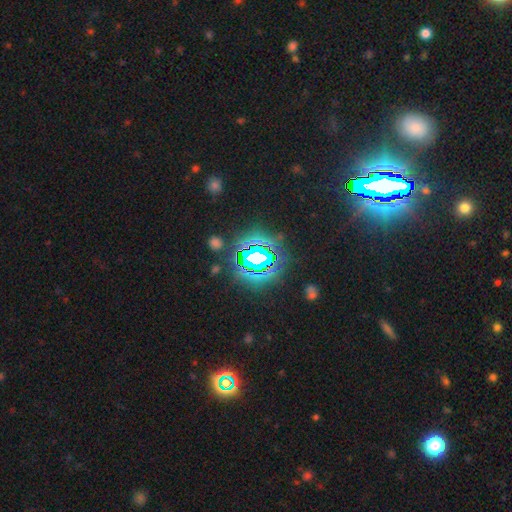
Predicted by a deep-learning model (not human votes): smooth_or_featured: star or artifact (p=0.81) [alt: smooth p=0.11]